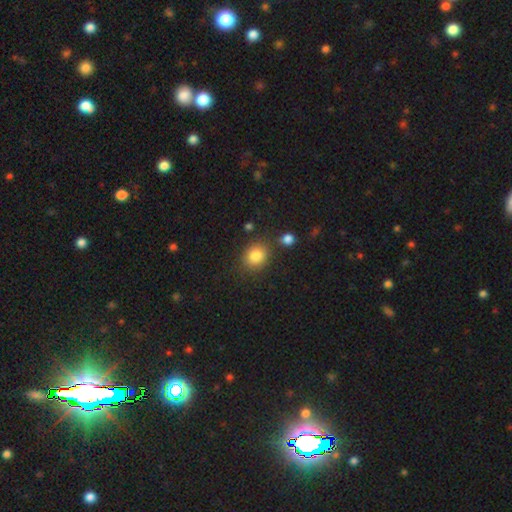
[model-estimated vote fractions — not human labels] Smooth or featured: smooth — 84% (star or artifact — 10%)
How rounded: round — 65% (in between — 34%)
Merging: none — 78% (minor disturbance — 11%)